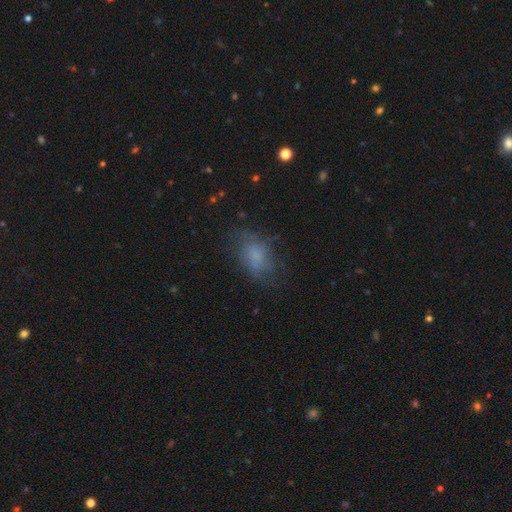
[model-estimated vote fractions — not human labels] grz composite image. It shows a smooth galaxy with no disk features (62%) that is in between round and cigar-shaped (79%). Merging: none (58%).